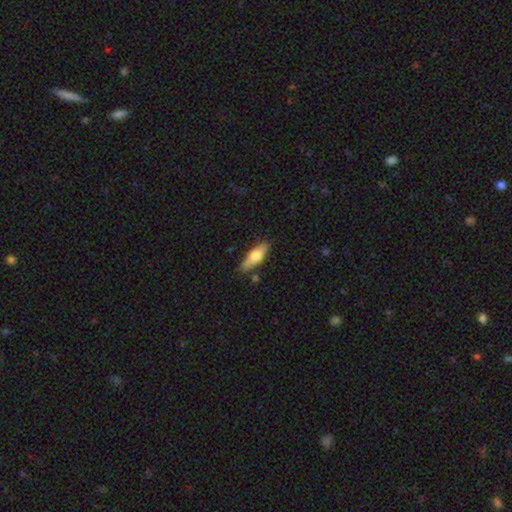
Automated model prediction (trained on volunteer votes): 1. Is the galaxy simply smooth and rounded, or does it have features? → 58% smooth, 37% featured or disk, 6% star or artifact.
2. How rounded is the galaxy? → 49% in between, 48% cigar-shaped, 3% round.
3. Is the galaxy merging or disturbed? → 81% none, 13% minor disturbance, 3% merger, 3% major disturbance.